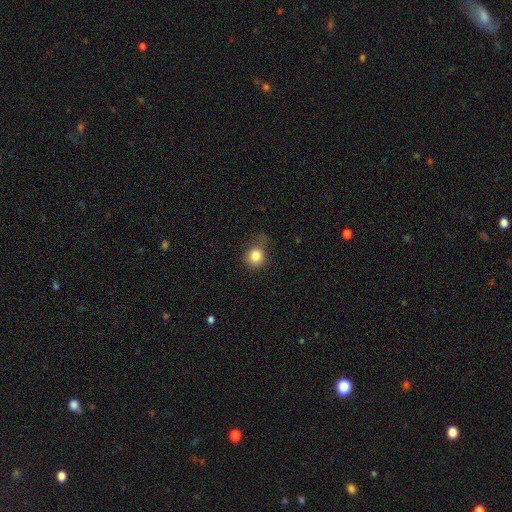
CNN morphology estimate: Overall: smooth (83%). How rounded: round (81%). Merging: none (61%; minor disturbance 26%).